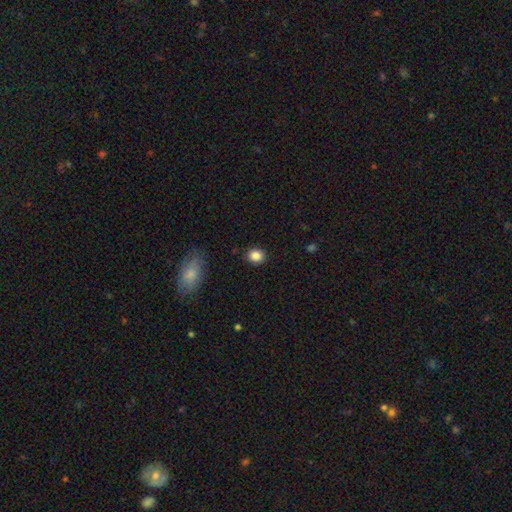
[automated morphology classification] Overall: smooth (86%). How rounded: round (66%; in between 33%). Merging: none (89%).